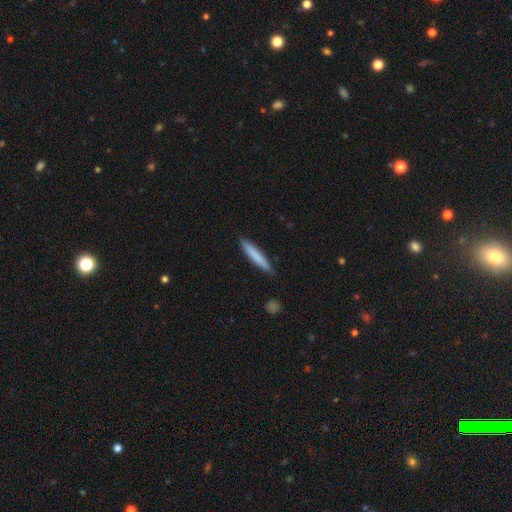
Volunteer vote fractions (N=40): Smooth or featured? 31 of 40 (78%) said smooth. How rounded? 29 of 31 (94%) said cigar-shaped. Merging? 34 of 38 (89%) said none.